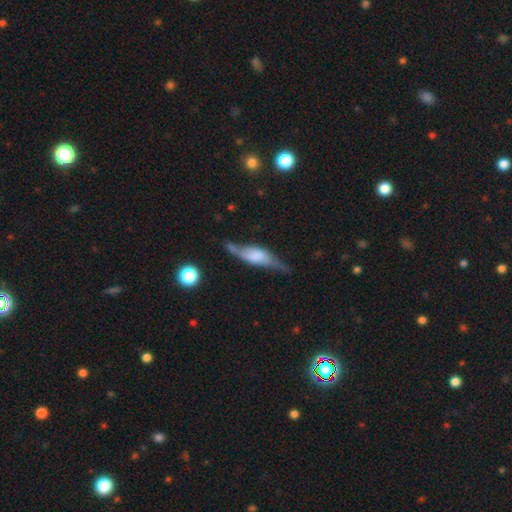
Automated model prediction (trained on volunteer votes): This appears to be a featured or disk galaxy (62%) viewed edge-on (79%). Merging: none (55%).